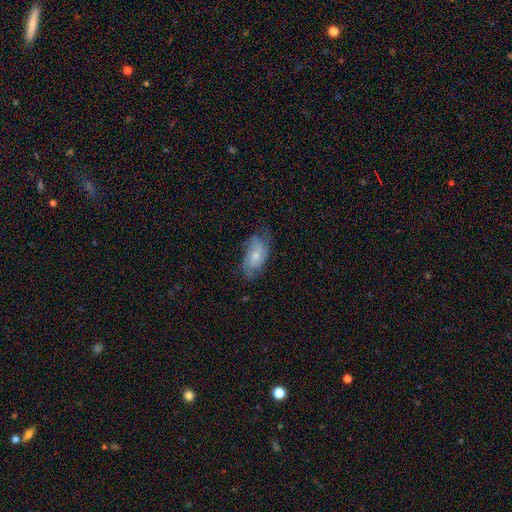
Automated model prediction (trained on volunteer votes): Smooth or featured: featured or disk — 59% (smooth — 34%)
Edge-on disk: no — 94% (yes — 6%)
Bar: no — 70% (weak — 26%)
Spiral arms: yes — 86% (no — 14%)
Bulge size: small — 48% (moderate — 43%)
Merging: none — 61% (minor disturbance — 26%)